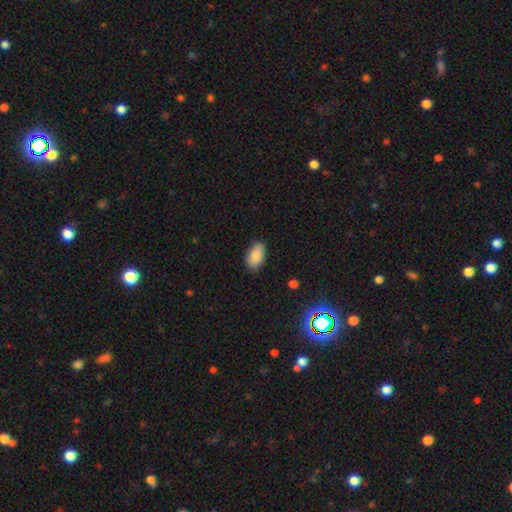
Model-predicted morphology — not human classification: Smooth or featured? smooth (87%)
How rounded? in between (94%)
Merging? none (84%)